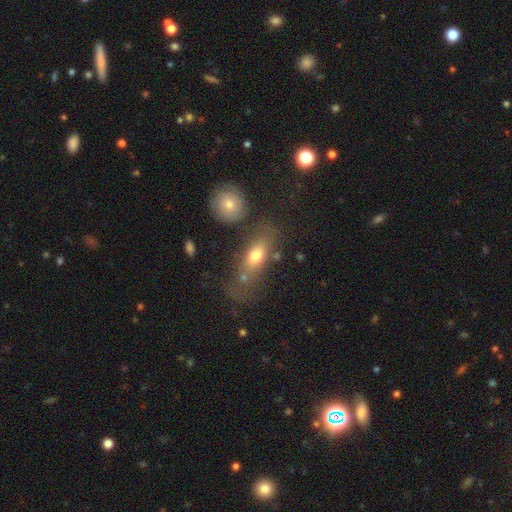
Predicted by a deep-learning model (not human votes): smooth_or_featured: smooth (p=0.69) [alt: featured or disk p=0.20]
how_rounded: in between (p=0.69) [alt: cigar-shaped p=0.19]
merging: none (p=0.56) [alt: minor disturbance p=0.17]